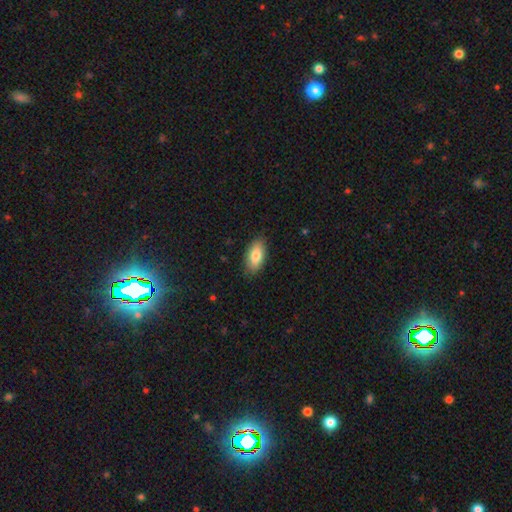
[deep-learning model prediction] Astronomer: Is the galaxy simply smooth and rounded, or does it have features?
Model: smooth — 81%.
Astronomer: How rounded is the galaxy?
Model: in between — 91%.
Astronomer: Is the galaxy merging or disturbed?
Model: none — 85%.